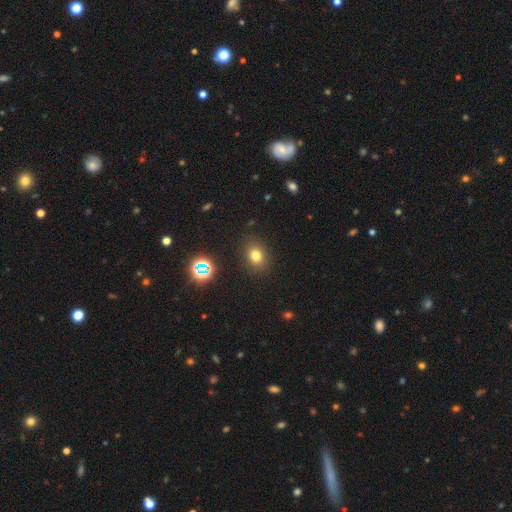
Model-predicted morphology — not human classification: smooth 75%, star or artifact 18%, featured or disk 8%. Down the decision tree: how rounded — in between (51%); merging — none (86%).